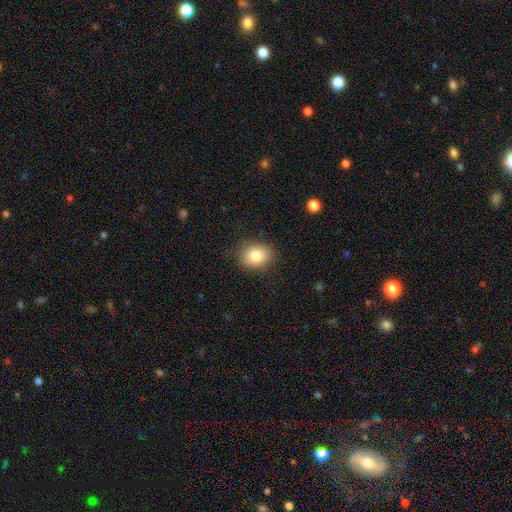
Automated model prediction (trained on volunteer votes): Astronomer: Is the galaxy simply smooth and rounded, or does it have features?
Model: smooth — 84%.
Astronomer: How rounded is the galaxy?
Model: in between — 54% (runner-up: round, 45%).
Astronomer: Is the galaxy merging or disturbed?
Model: none — 83%.